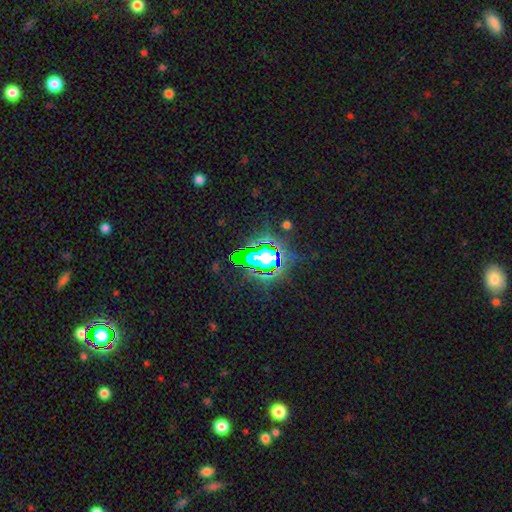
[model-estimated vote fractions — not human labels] Smooth or featured? star or artifact (81%)